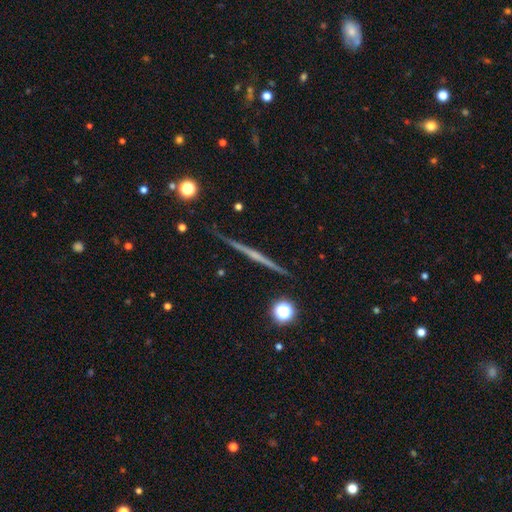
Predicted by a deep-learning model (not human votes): A featured or disk galaxy (73%) viewed edge-on (98%) with no central bulge (67%).

Vote fractions:
- Smooth or featured? featured or disk: 73% / smooth: 20% / star or artifact: 7%
- Edge-on disk? yes: 98% / no: 2%
- Edge-on bulge? none: 67% / rounded: 26% / boxy: 8%
- Merging? none: 90% / minor disturbance: 7% / major disturbance: 1% / merger: 1%